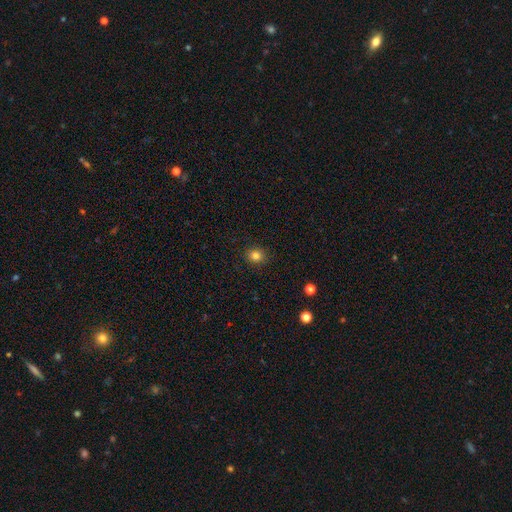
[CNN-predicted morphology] Smooth or featured? smooth (82%)
How rounded? round (77%)
Merging? none (91%)